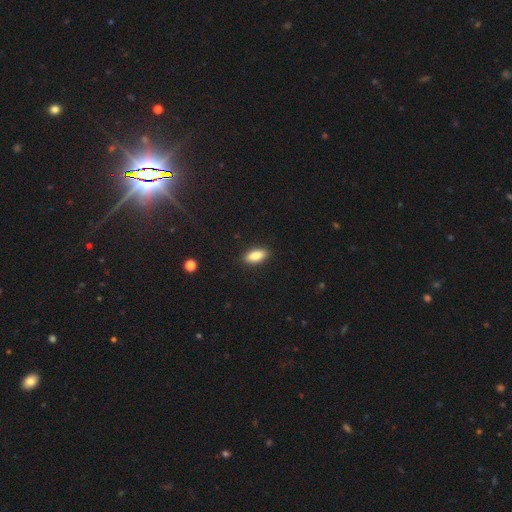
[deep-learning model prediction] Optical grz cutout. It shows a smooth galaxy with no disk features (87%) that is in between round and cigar-shaped (86%). Merging: none (89%).